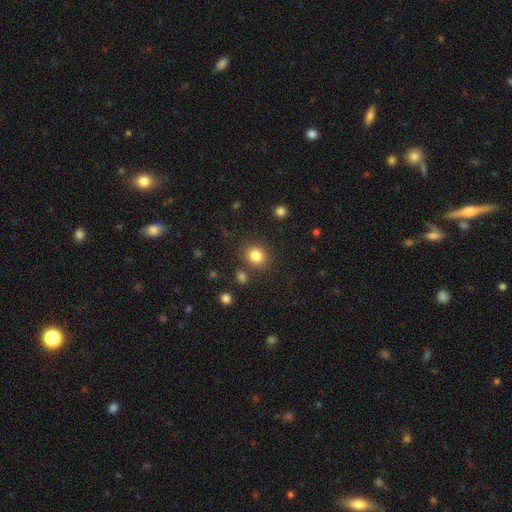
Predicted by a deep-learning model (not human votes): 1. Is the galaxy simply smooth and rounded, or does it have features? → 84% smooth, 11% star or artifact, 5% featured or disk.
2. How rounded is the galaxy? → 74% round, 25% in between, 1% cigar-shaped.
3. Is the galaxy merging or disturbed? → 82% none, 9% minor disturbance, 6% merger, 3% major disturbance.